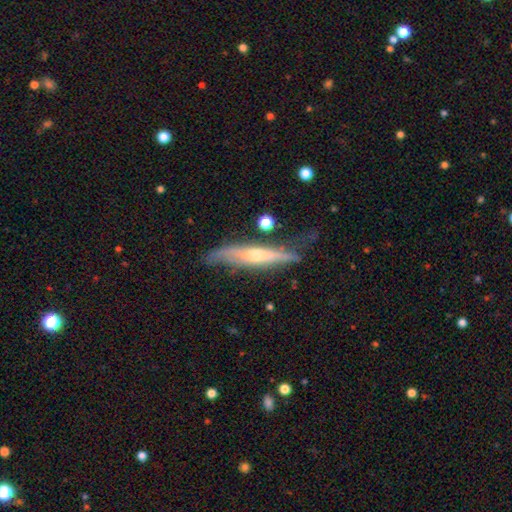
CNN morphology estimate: A featured or disk galaxy (64%) viewed edge-on (79%) with a rounded central bulge (76%).

Vote fractions:
- Smooth or featured? featured or disk: 64% / smooth: 30% / star or artifact: 6%
- Edge-on disk? yes: 79% / no: 21%
- Edge-on bulge? rounded: 76% / none: 19% / boxy: 5%
- Merging? none: 59% / minor disturbance: 27% / major disturbance: 10% / merger: 4%